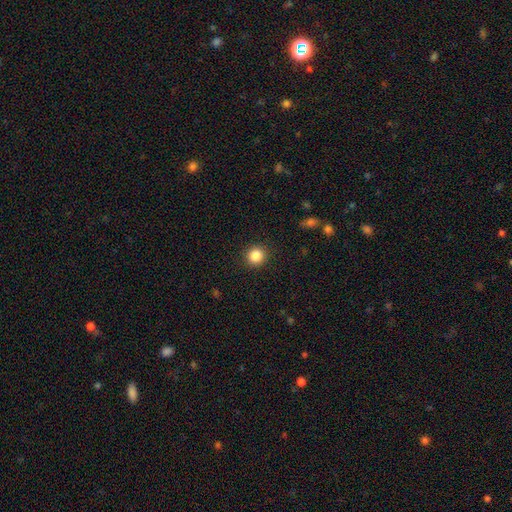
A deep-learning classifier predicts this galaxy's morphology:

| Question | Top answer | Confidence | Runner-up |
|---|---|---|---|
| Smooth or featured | smooth | 85% | star or artifact (11%) |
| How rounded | round | 92% | in between (7%) |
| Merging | none | 92% | minor disturbance (5%) |